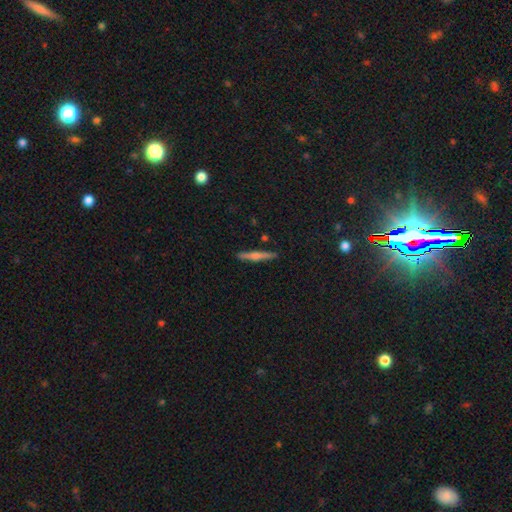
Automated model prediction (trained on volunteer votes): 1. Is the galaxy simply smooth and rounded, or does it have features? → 65% featured or disk, 28% smooth, 8% star or artifact.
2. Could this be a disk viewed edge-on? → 98% yes, 2% no.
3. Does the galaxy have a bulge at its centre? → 83% rounded, 12% none, 6% boxy.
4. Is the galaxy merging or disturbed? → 91% none, 6% minor disturbance, 1% major disturbance, 1% merger.